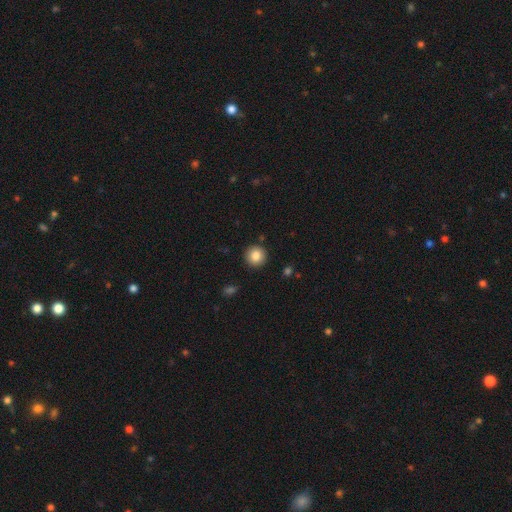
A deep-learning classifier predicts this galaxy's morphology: Q: Smooth or featured?
A: smooth (85%); runner-up: star or artifact (9%)
Q: How rounded?
A: round (94%); runner-up: in between (5%)
Q: Merging?
A: none (91%); runner-up: minor disturbance (6%)